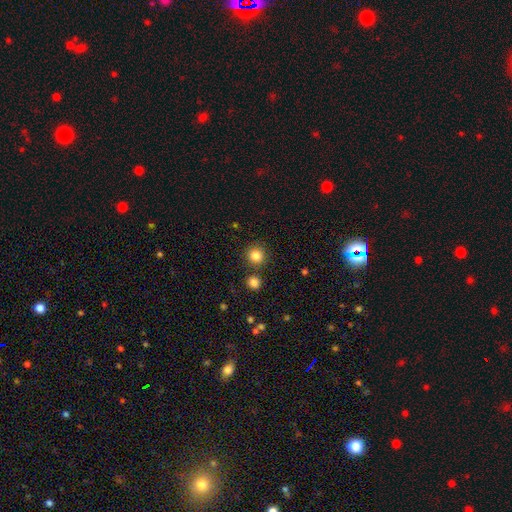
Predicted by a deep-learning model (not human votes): A smooth galaxy with no disk features (84%) that is round (93%).

Vote fractions:
- Smooth or featured? smooth: 84% / star or artifact: 11% / featured or disk: 5%
- How rounded? round: 93% / in between: 6% / cigar-shaped: 1%
- Merging? none: 82% / merger: 8% / minor disturbance: 7% / major disturbance: 3%